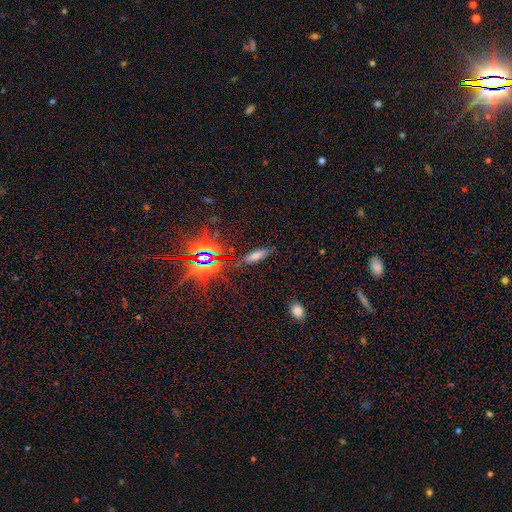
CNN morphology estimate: Smooth or featured?
  - smooth: 62% *
  - star or artifact: 24%
  - featured or disk: 14%
How rounded?
  - cigar-shaped: 50% *
  - in between: 47%
  - round: 3%
Merging?
  - none: 82% *
  - minor disturbance: 12%
  - major disturbance: 4%
  - merger: 2%